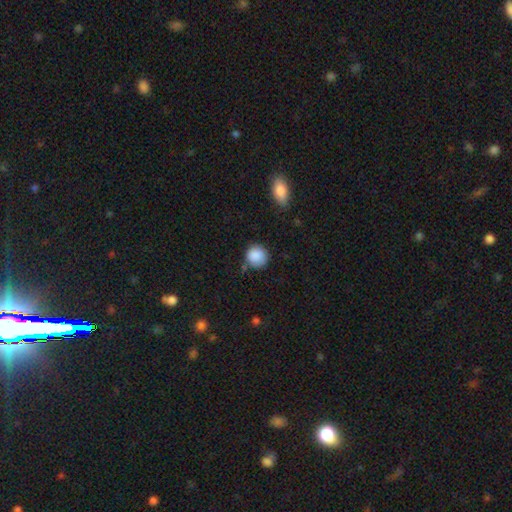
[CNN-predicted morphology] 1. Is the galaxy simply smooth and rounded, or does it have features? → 88% smooth, 8% star or artifact, 4% featured or disk.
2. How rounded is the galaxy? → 90% round, 9% in between, 1% cigar-shaped.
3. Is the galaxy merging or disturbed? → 80% none, 14% minor disturbance, 3% merger, 3% major disturbance.